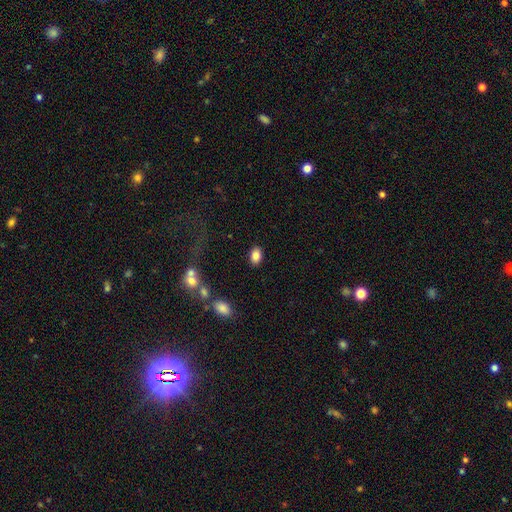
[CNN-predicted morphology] Smooth or featured? smooth (83%)
How rounded? in between (85%)
Merging? none (86%)